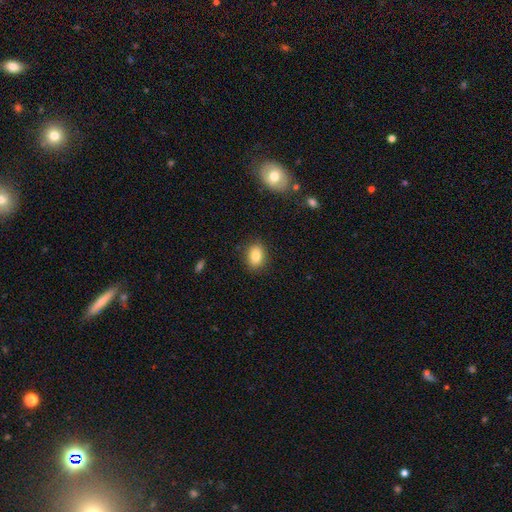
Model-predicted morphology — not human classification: This appears to be a smooth galaxy with no disk features (83%) that is in between round and cigar-shaped (71%). Merging: none (86%).